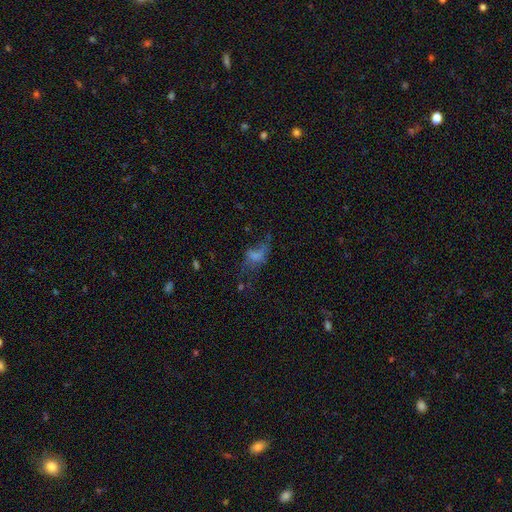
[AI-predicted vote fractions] smooth_or_featured: smooth (p=0.48) [alt: featured or disk p=0.33]
merging: major disturbance (p=0.39) [alt: none p=0.34]